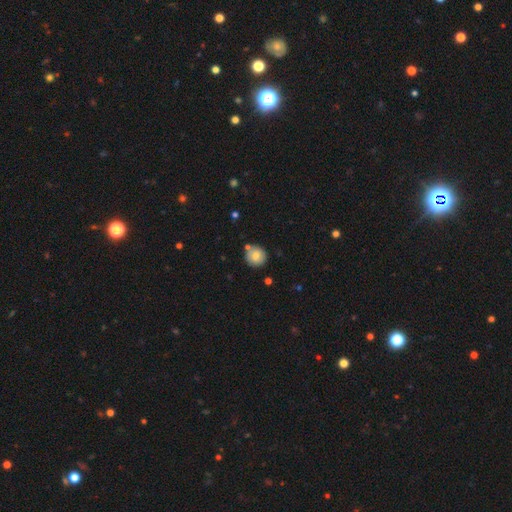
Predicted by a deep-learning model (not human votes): smooth_or_featured: smooth (p=0.79) [alt: featured or disk p=0.13]
how_rounded: round (p=0.93) [alt: in between p=0.06]
merging: none (p=0.78) [alt: minor disturbance p=0.11]